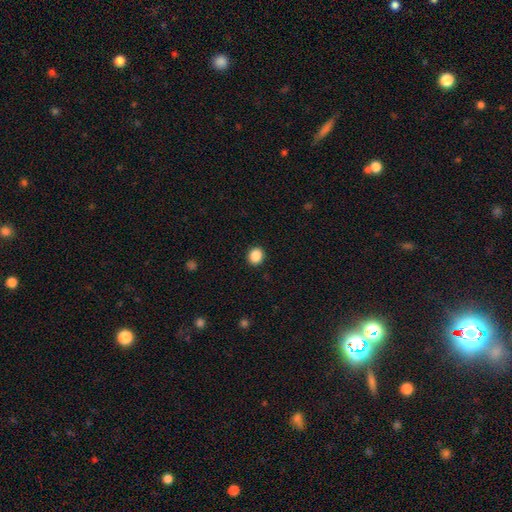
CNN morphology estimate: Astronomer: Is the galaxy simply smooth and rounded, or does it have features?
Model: smooth — 88%.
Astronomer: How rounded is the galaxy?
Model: round — 77%.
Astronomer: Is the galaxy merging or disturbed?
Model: none — 92%.